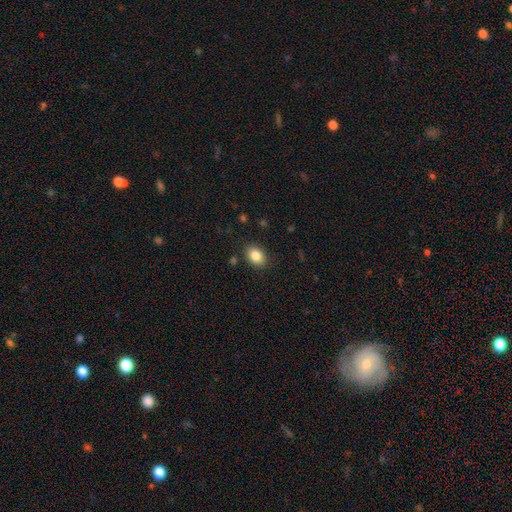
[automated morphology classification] smooth_or_featured: smooth (p=0.85) [alt: star or artifact p=0.09]
how_rounded: in between (p=0.67) [alt: round p=0.32]
merging: none (p=0.86) [alt: minor disturbance p=0.10]